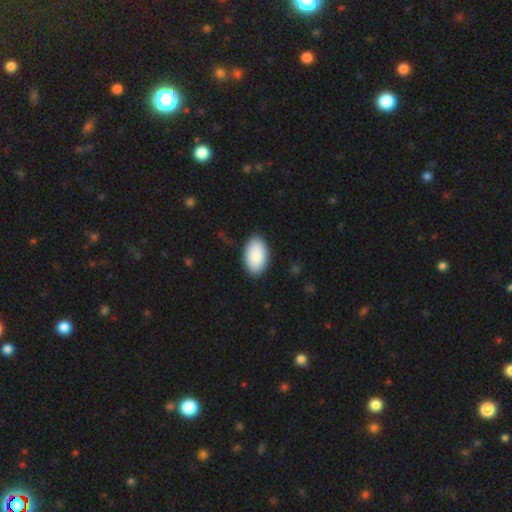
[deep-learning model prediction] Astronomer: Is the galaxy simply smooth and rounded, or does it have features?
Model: smooth — 90%.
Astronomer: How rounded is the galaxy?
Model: in between — 95%.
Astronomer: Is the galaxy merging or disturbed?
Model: none — 88%.